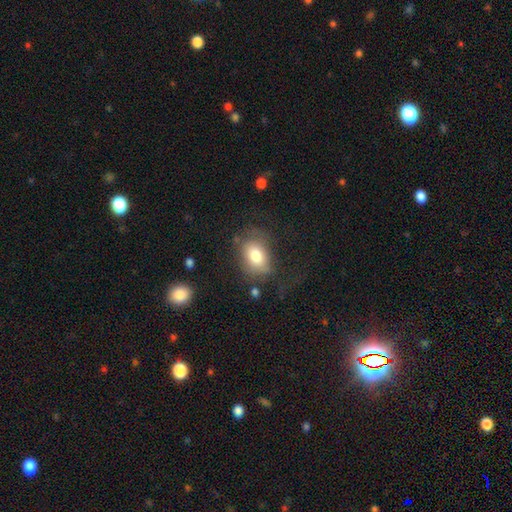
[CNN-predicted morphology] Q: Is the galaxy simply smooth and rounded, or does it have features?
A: smooth — 76%.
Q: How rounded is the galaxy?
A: in between — 69%.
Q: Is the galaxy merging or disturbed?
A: none — 56%.